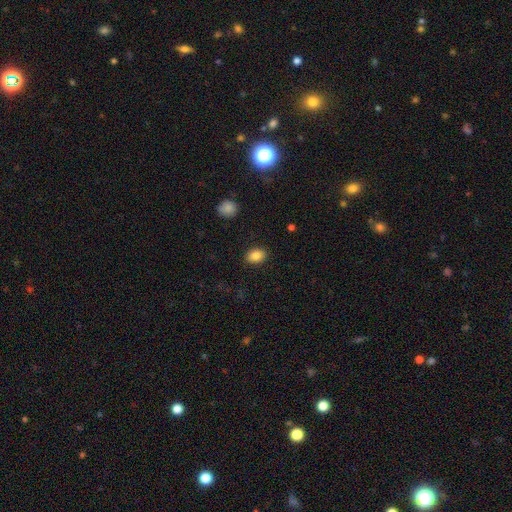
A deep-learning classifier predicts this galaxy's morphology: smooth 86%, star or artifact 8%, featured or disk 6%. Down the decision tree: how rounded — in between (75%); merging — none (89%).